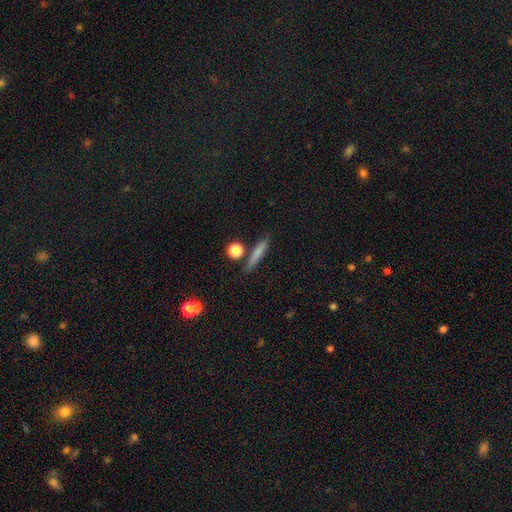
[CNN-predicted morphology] smooth 67%, featured or disk 23%, star or artifact 10%. Down the decision tree: how rounded — cigar-shaped (85%); merging — none (81%).